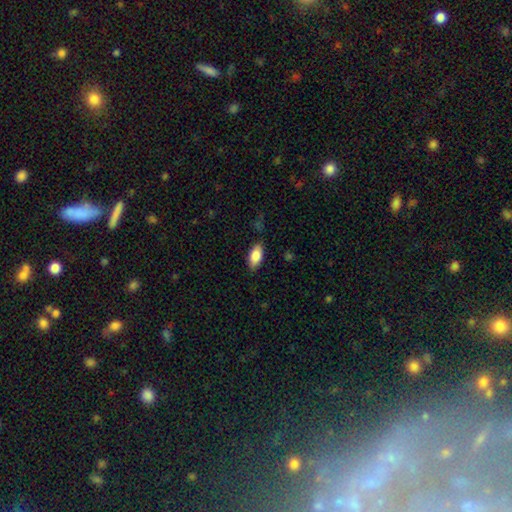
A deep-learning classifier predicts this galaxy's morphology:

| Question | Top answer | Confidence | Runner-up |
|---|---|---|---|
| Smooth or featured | smooth | 84% | featured or disk (9%) |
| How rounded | in between | 90% | cigar-shaped (7%) |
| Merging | none | 83% | minor disturbance (13%) |